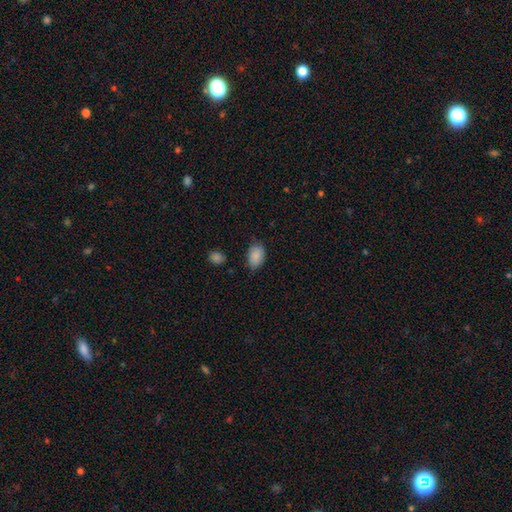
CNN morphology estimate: The model was most divided on "merging": none: 75%, minor disturbance: 19%, major disturbance: 4%, merger: 2%. More confident: smooth or featured — smooth (88%); how rounded — in between (87%).